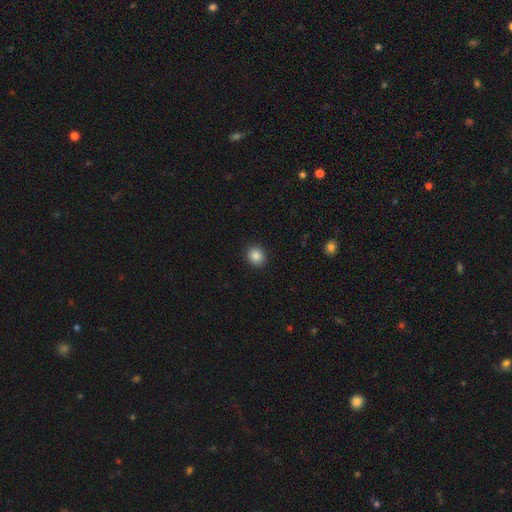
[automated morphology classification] The model was most divided on "how rounded": round: 78%, in between: 21%, cigar-shaped: 1%. More confident: merging — none (92%); smooth or featured — smooth (87%).